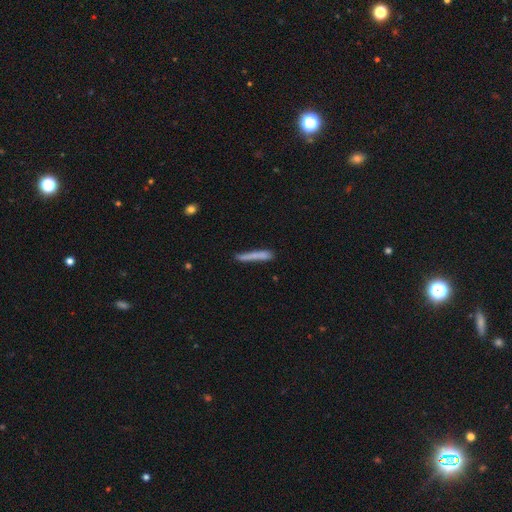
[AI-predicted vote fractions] This appears to be a smooth galaxy with no disk features (69%) that is cigar-shaped (94%). Merging: none (67%).